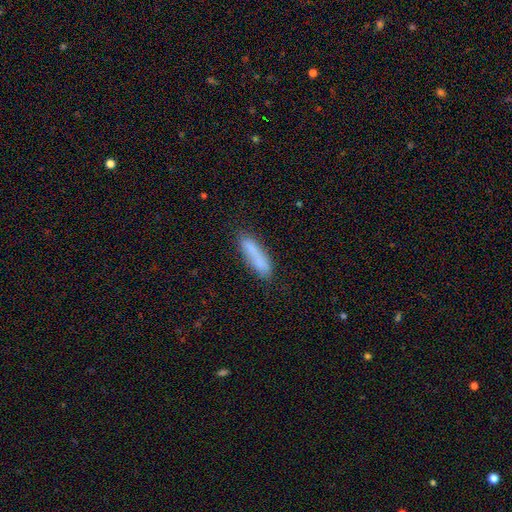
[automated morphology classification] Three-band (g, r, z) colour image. It shows a smooth galaxy with no disk features (78%) that is cigar-shaped (75%). Merging: none (73%).